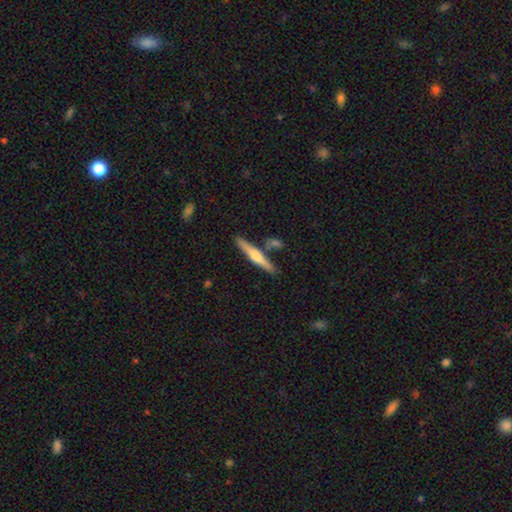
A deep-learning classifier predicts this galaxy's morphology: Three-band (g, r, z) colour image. It shows a featured or disk galaxy (58%) viewed edge-on (97%) with a rounded central bulge (87%). Merging: none (80%).